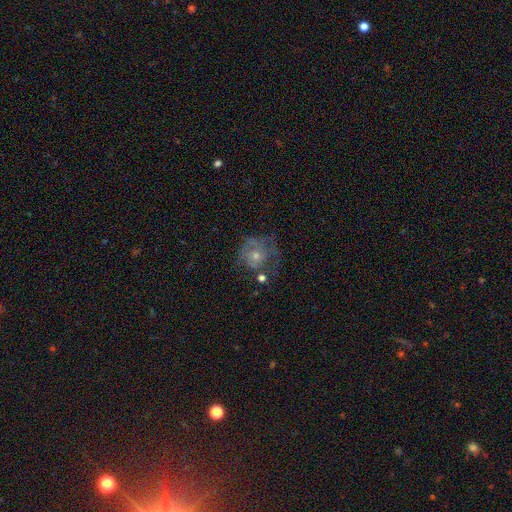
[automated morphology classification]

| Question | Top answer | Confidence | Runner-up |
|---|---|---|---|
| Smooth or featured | featured or disk | 55% | smooth (31%) |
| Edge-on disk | no | 97% | yes (3%) |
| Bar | no | 86% | weak (12%) |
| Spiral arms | yes | 55% | no (45%) |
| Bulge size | small | 47% | tied: moderate (47%) |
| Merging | none | 49% | major disturbance (23%) |